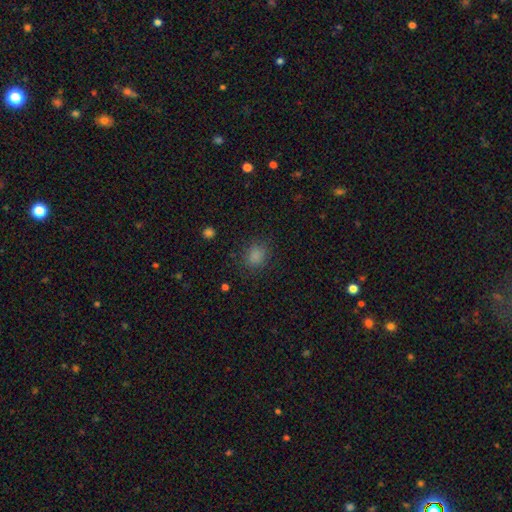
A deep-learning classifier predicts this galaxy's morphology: type=smooth (83%); roundness=round (69%); merging=none (84%).